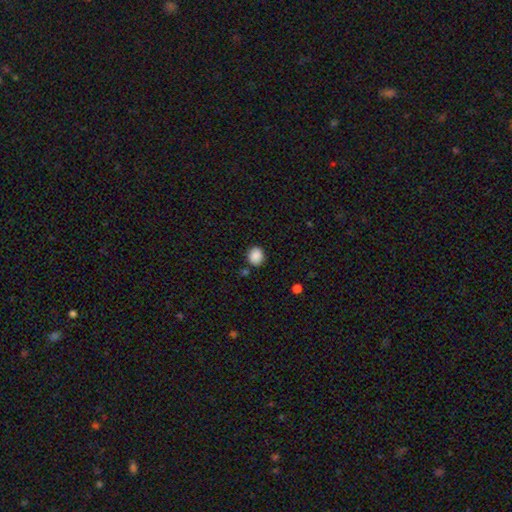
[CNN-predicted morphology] Q: Smooth or featured?
A: smooth (88%); runner-up: star or artifact (9%)
Q: How rounded?
A: round (66%); runner-up: in between (33%)
Q: Merging?
A: none (80%); runner-up: minor disturbance (13%)